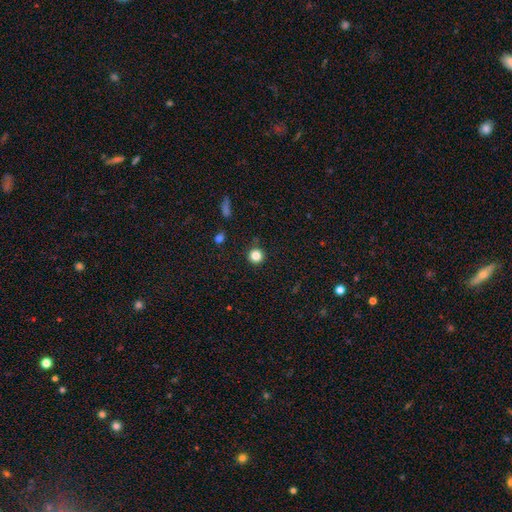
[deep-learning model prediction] This is clearly a smooth galaxy (83%). How rounded: clearly round (95%). Merging: clearly none (90%).